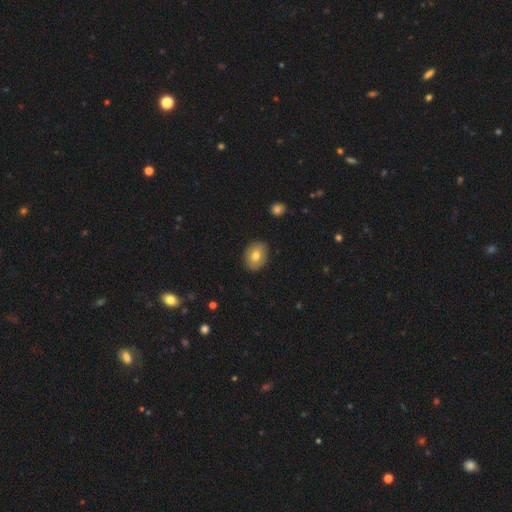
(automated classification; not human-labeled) smooth_or_featured: smooth (p=0.75) [alt: featured or disk p=0.17]
how_rounded: in between (p=0.67) [alt: round p=0.32]
merging: none (p=0.88) [alt: minor disturbance p=0.09]